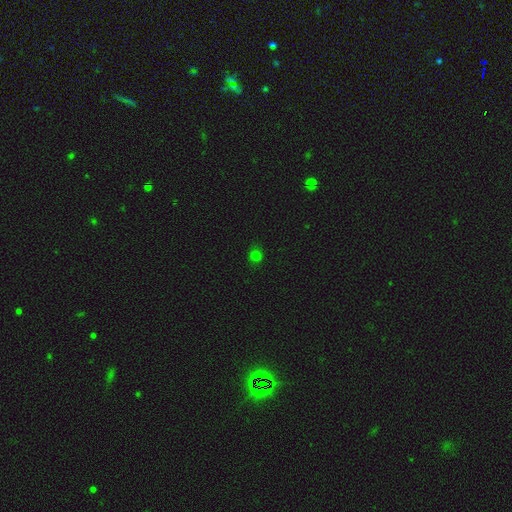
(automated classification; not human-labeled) smooth 74%, star or artifact 22%, featured or disk 4%. Down the decision tree: how rounded — round (85%); merging — none (85%).